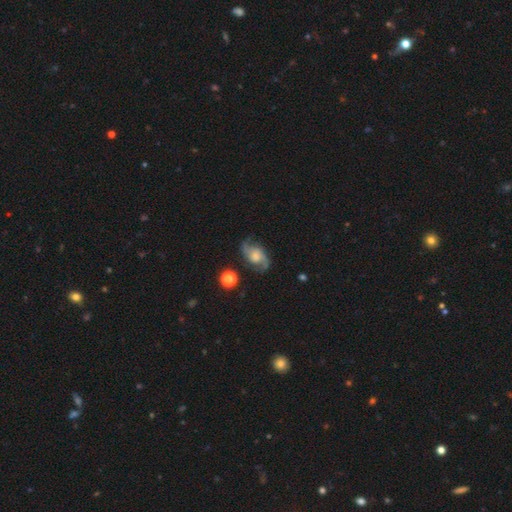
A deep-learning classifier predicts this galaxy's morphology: Smooth or featured: featured or disk — 82% (smooth — 12%)
Edge-on disk: no — 97% (yes — 3%)
Bar: no — 62% (weak — 32%)
Spiral arms: yes — 96% (no — 4%)
Spiral winding: loose — 46% (medium — 43%)
Spiral arm count: 2 — 91% (can't tell — 3%)
Bulge size: moderate — 38% (small — 27%)
Merging: none — 75% (minor disturbance — 16%)